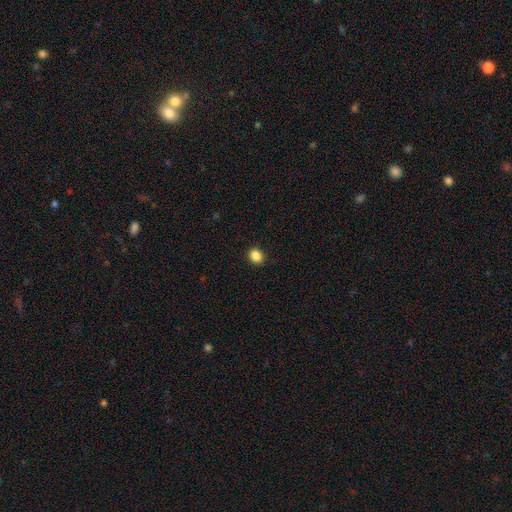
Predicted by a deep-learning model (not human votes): Overall: smooth (87%). How rounded: round (65%; in between 34%). Merging: none (91%).